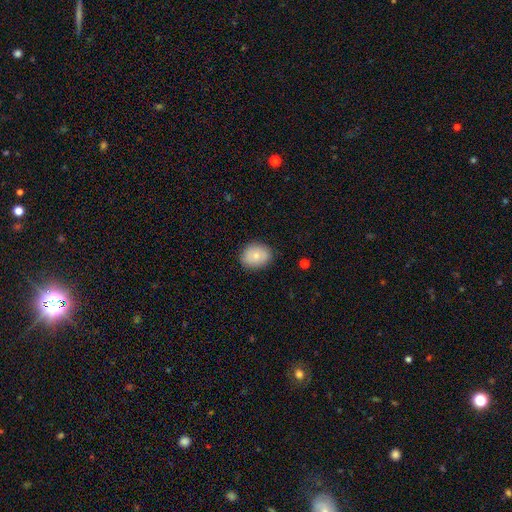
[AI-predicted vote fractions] Morphology: type=smooth (75%); roundness=round (59%); merging=none (85%).